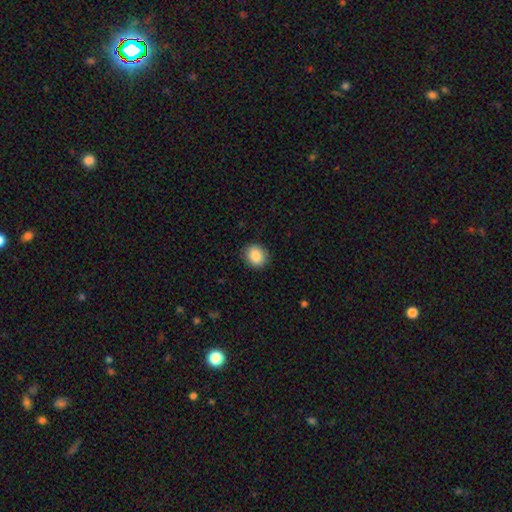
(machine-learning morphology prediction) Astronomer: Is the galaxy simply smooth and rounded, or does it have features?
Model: smooth — 88%.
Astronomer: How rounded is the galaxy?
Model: round — 65%.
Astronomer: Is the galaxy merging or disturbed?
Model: none — 87%.